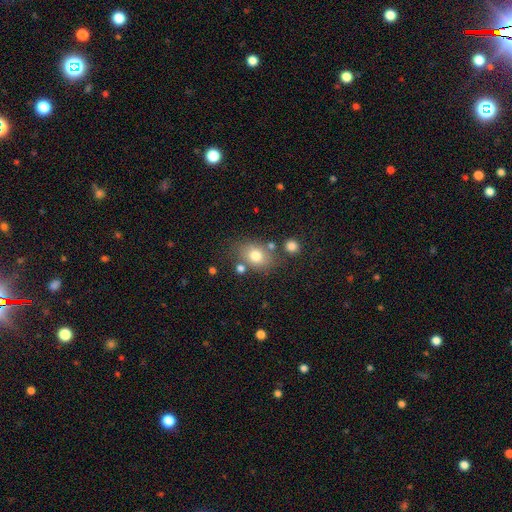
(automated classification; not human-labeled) This is likely a smooth galaxy (76%). How rounded: likely in between (64%). Merging: likely none (69%).